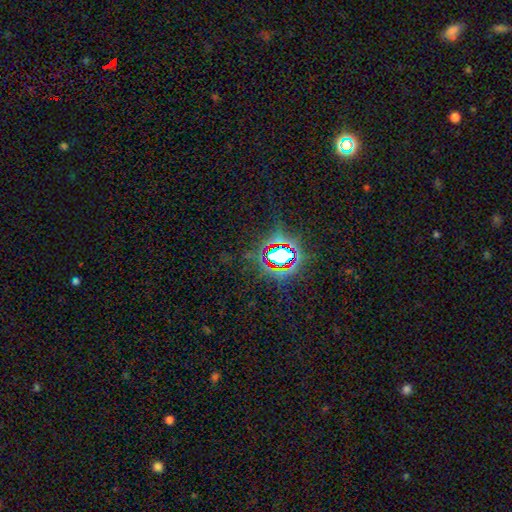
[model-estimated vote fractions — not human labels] The model was most divided on "smooth or featured": star or artifact: 80%, smooth: 11%, featured or disk: 8%.